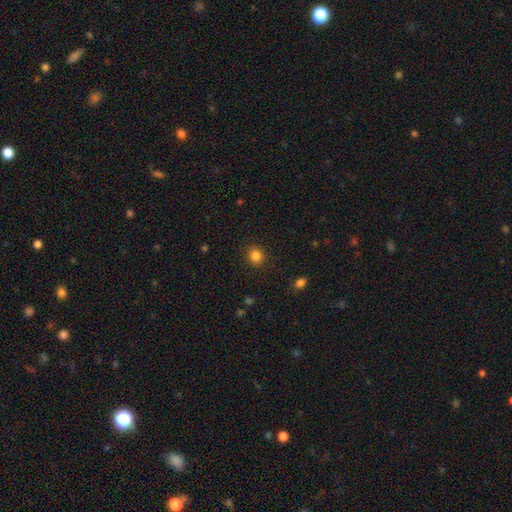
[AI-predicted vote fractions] Overall: smooth (84%). How rounded: round (85%). Merging: none (91%).